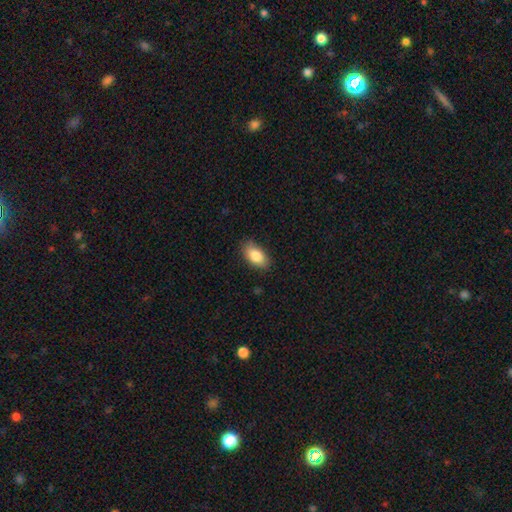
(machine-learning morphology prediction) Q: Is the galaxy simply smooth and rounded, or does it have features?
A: smooth — 85%.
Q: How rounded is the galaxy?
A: in between — 92%.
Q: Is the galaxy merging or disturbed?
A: none — 83%.